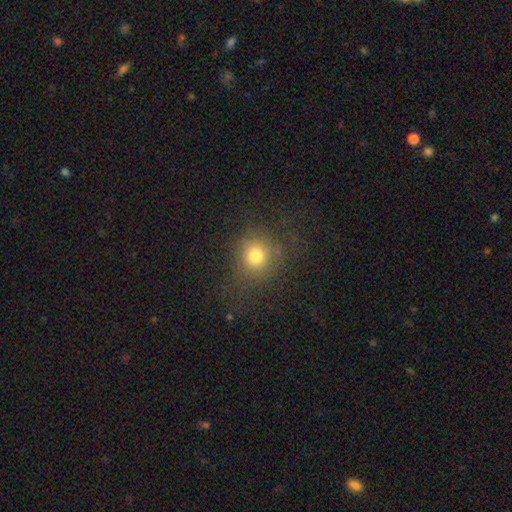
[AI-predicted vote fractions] This appears to be a smooth galaxy with no disk features (74%) that is round (84%). Merging: none (75%).